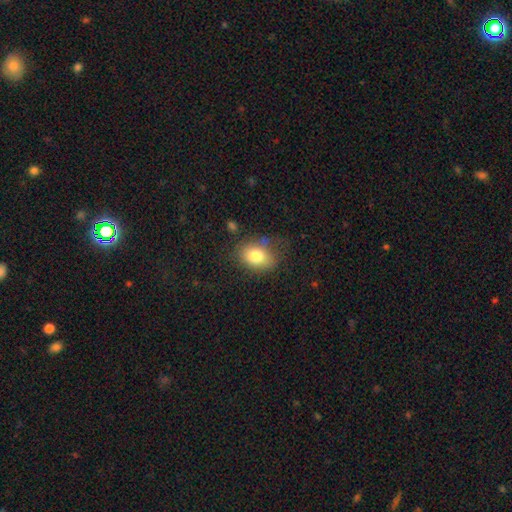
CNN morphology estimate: Overall: smooth (77%). How rounded: in between (64%; round 35%). Merging: none (62%; minor disturbance 24%).